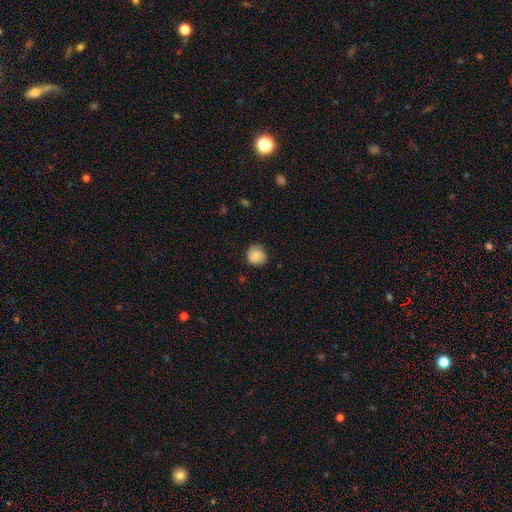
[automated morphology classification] type=smooth (78%); roundness=round (88%); merging=none (74%).